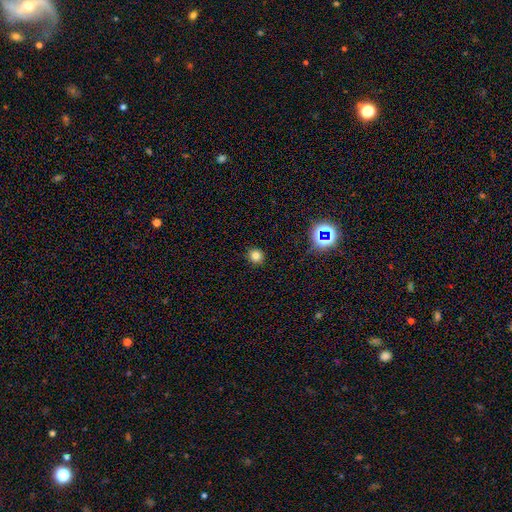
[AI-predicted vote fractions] Smooth or featured? Predicted: smooth (p=0.79). How rounded? Predicted: round (p=0.90). Merging? Predicted: none (p=0.91).